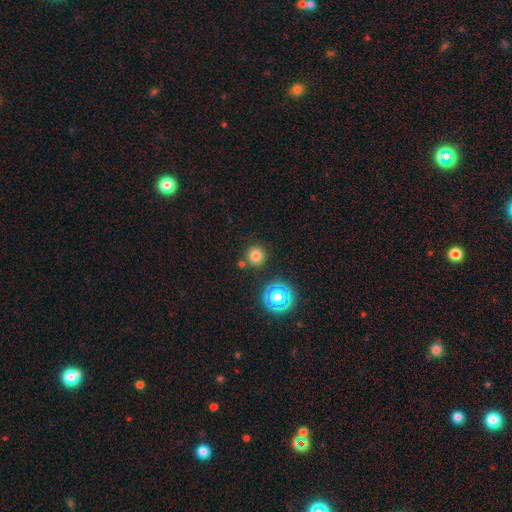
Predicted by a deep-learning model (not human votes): Smooth or featured?
  - smooth: 75% *
  - star or artifact: 19%
  - featured or disk: 6%
How rounded?
  - round: 95% *
  - in between: 5%
  - cigar-shaped: 1%
Merging?
  - none: 84% *
  - merger: 7%
  - minor disturbance: 7%
  - major disturbance: 3%